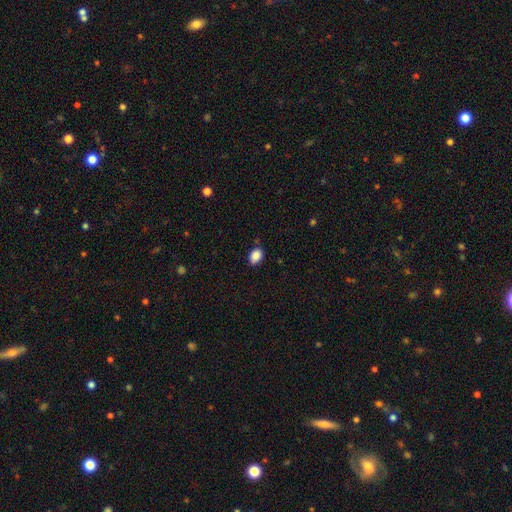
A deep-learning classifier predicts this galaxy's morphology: Smooth or featured: smooth — 88% (star or artifact — 9%)
How rounded: in between — 76% (round — 22%)
Merging: none — 78% (minor disturbance — 17%)